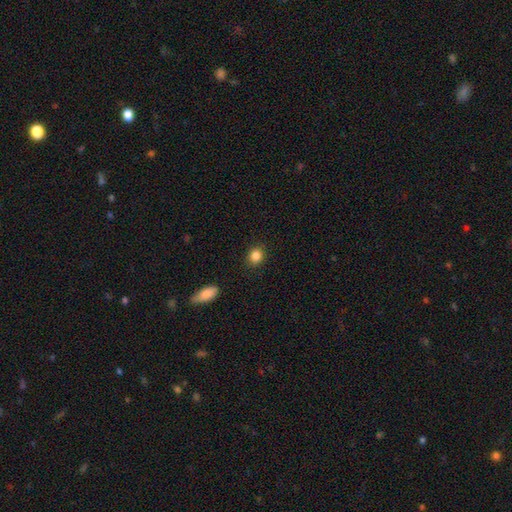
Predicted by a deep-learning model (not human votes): A smooth galaxy with no disk features (85%) that is round (70%). Merging: none (89%).